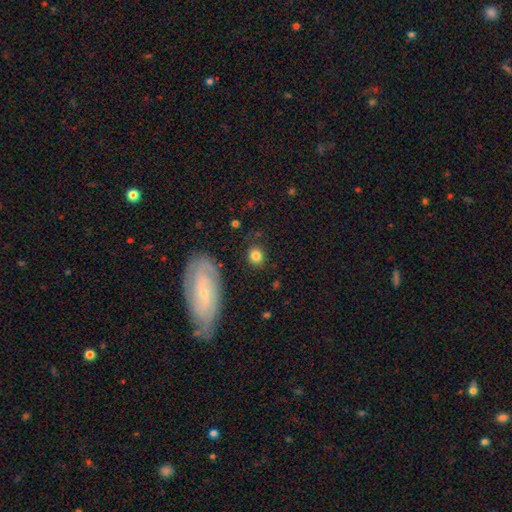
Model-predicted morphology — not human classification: Smooth or featured? smooth (79%)
How rounded? round (79%)
Merging? none (84%)